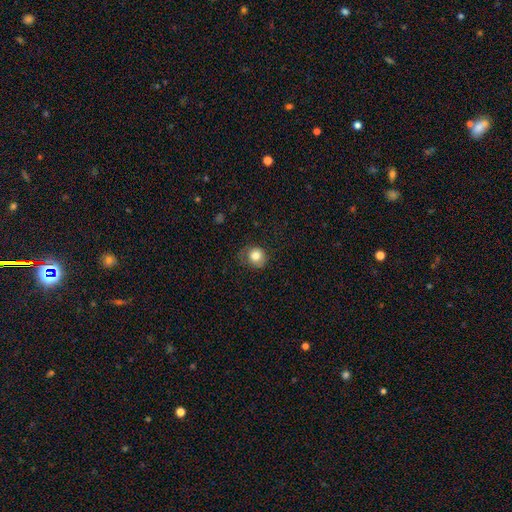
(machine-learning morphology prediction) smooth-or-featured: smooth: 82% | star or artifact: 10% | featured or disk: 8%
  how-rounded: round: 83% | in between: 16% | cigar-shaped: 1%
  merging: none: 67% | minor disturbance: 23% | major disturbance: 9% | merger: 1%